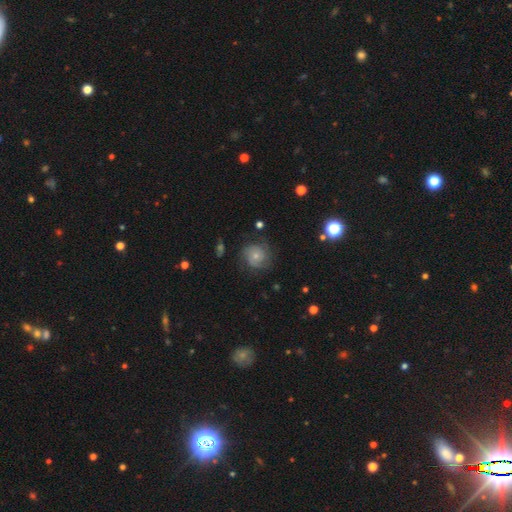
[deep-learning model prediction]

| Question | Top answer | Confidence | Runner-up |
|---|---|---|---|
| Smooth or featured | featured or disk | 52% | smooth (38%) |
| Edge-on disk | no | 97% | yes (3%) |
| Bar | no | 83% | weak (14%) |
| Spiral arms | yes | 83% | no (17%) |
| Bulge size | small | 60% | moderate (33%) |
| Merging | none | 69% | minor disturbance (19%) |